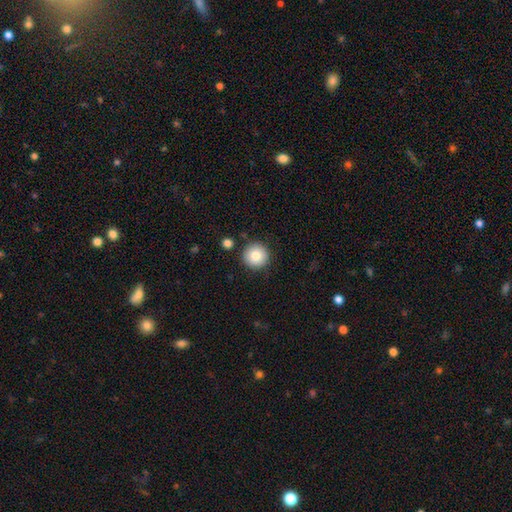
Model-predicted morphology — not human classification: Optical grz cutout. It shows a smooth galaxy with no disk features (83%) that is round (95%). Merging: none (88%).